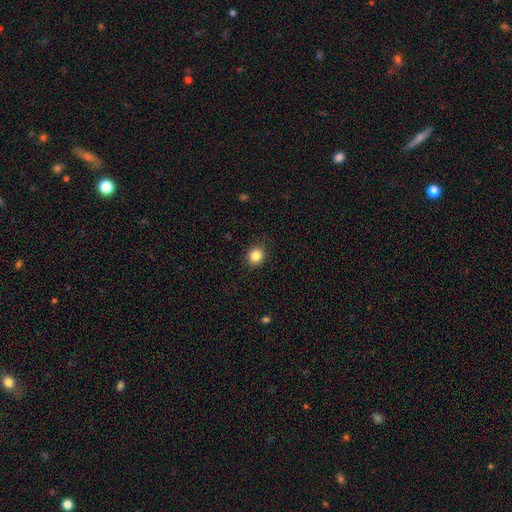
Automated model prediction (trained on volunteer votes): Q: Smooth or featured?
A: smooth (85%); runner-up: star or artifact (10%)
Q: How rounded?
A: round (71%); runner-up: in between (28%)
Q: Merging?
A: none (88%); runner-up: minor disturbance (8%)